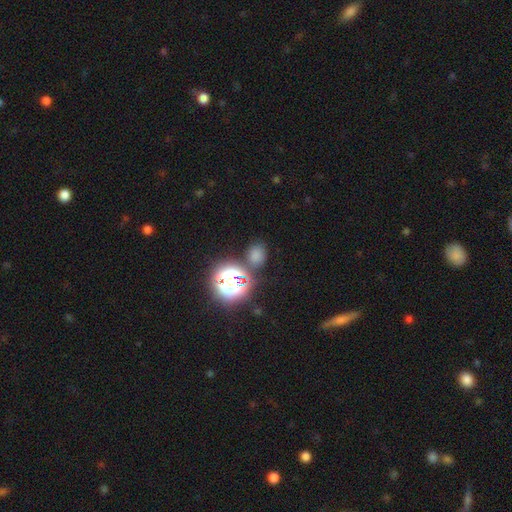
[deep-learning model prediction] Q: Smooth or featured?
A: smooth (65%); runner-up: star or artifact (29%)
Q: How rounded?
A: round (66%); runner-up: in between (33%)
Q: Merging?
A: none (75%); runner-up: minor disturbance (12%)